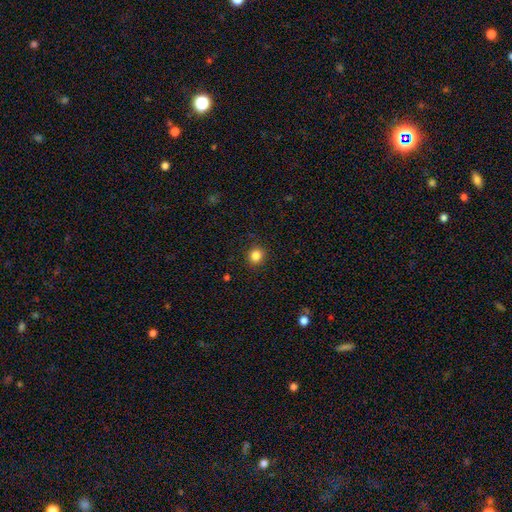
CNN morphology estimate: This is clearly a smooth galaxy (84%). How rounded: clearly round (87%). Merging: clearly none (91%).